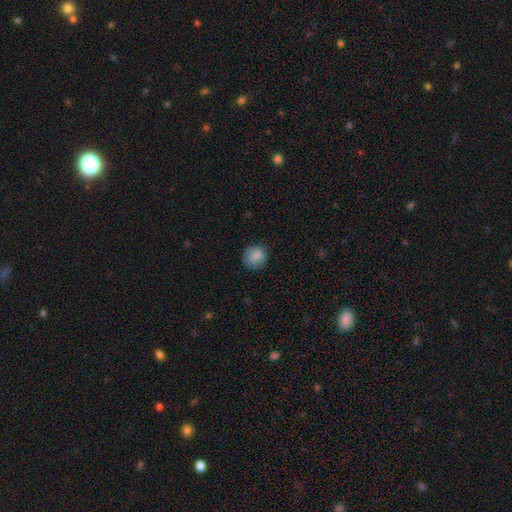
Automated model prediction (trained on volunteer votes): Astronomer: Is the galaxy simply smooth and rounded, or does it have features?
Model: smooth — 86%.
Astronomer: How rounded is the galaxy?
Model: round — 79%.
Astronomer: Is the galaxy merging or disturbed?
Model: none — 78%.